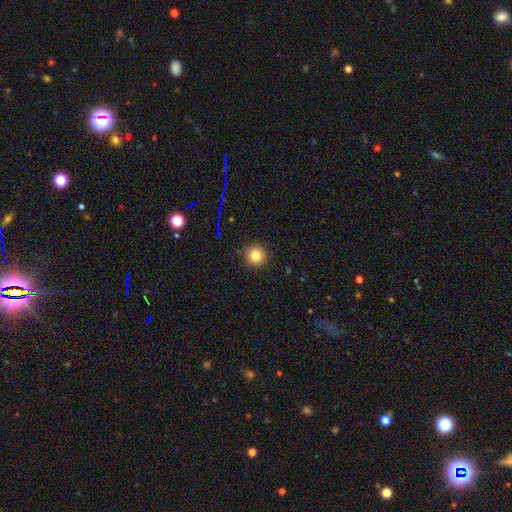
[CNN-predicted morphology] Q: Smooth or featured?
A: smooth (81%); runner-up: star or artifact (13%)
Q: How rounded?
A: round (95%); runner-up: in between (4%)
Q: Merging?
A: none (91%); runner-up: minor disturbance (6%)